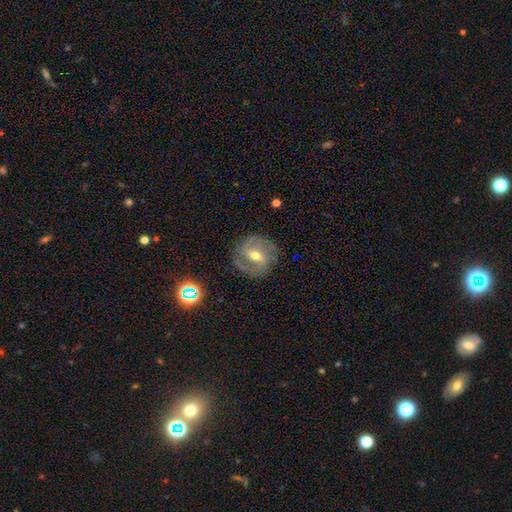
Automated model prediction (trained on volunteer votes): smooth-or-featured: featured or disk: 75% | smooth: 18% | star or artifact: 8%
  disk-edge-on: no: 95% | yes: 5%
    bar: weak: 48% | strong: 34% | no: 18%
    has-spiral-arms: yes: 87% | no: 13%
      spiral-winding: medium: 43% | tight: 38% | loose: 18%
      spiral-arm-count: 2: 63% | can't tell: 17% | 3: 10% | 1: 5% | 4: 3% | more than 4: 2%
    bulge-size: moderate: 63% | small: 32% | large: 3% | none: 1% | dominant: 1%
  merging: none: 79% | minor disturbance: 14% | major disturbance: 6% | merger: 1%